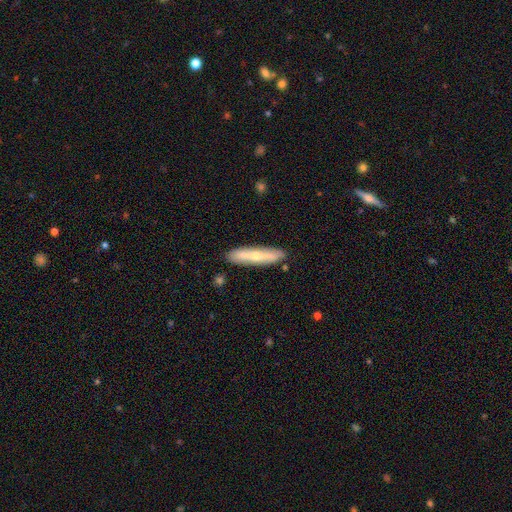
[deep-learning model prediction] This appears to be a featured or disk galaxy (48%). Merging: none (85%).